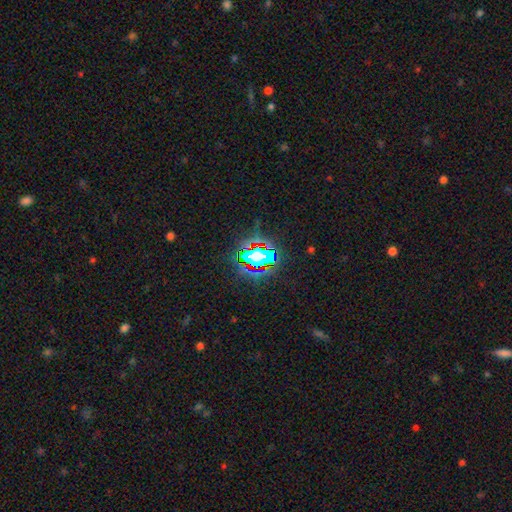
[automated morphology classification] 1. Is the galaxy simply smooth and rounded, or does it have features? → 60% star or artifact, 25% smooth, 15% featured or disk.